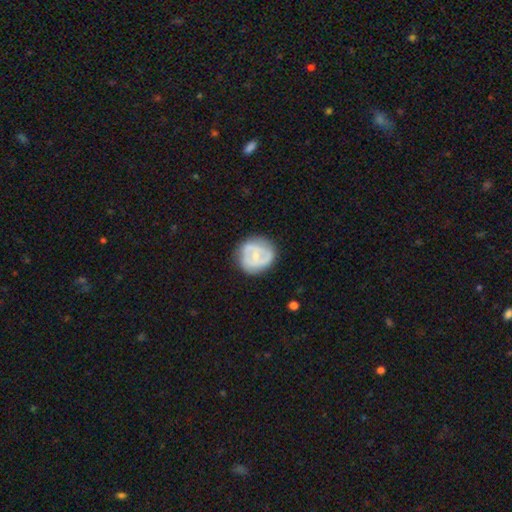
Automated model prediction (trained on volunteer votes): smooth_or_featured: featured or disk (p=0.55) [alt: smooth p=0.39]
disk_edge_on: no (p=0.97) [alt: yes p=0.03]
bar: no (p=0.56) [alt: weak p=0.35]
has_spiral_arms: yes (p=0.53) [alt: no p=0.47]
bulge_size: small (p=0.56) [alt: moderate p=0.34]
merging: none (p=0.71) [alt: minor disturbance p=0.20]